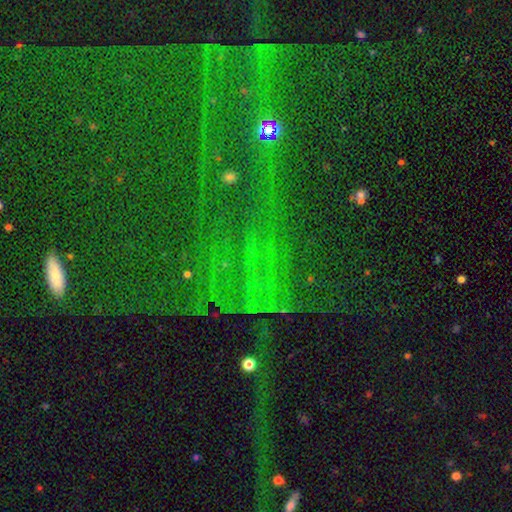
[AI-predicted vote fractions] Smooth or featured? Predicted: star or artifact (p=0.81).